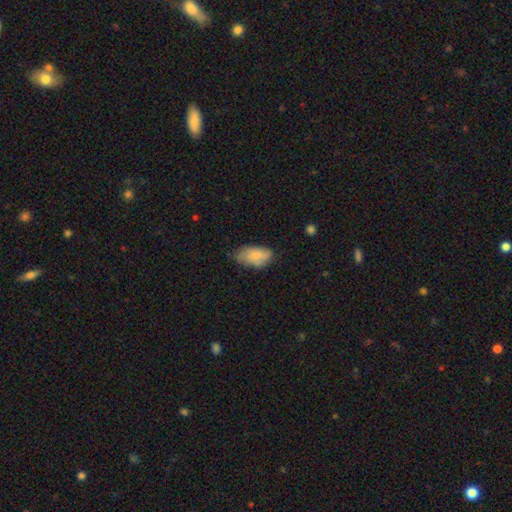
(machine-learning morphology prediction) Smooth or featured?
  - smooth: 79% *
  - featured or disk: 14%
  - star or artifact: 7%
How rounded?
  - in between: 94% *
  - round: 4%
  - cigar-shaped: 3%
Merging?
  - none: 58% *
  - minor disturbance: 33%
  - major disturbance: 8%
  - merger: 2%